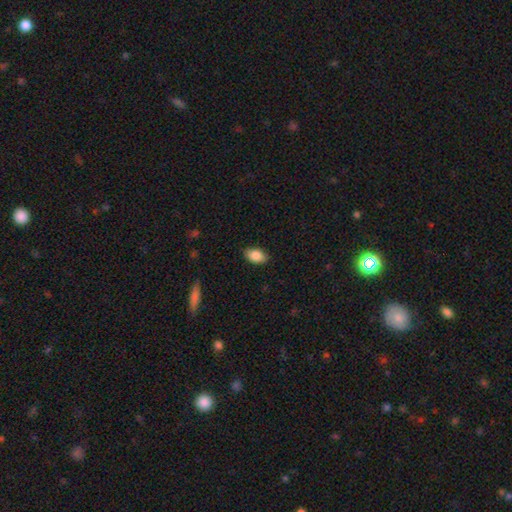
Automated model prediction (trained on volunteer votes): A smooth galaxy with no disk features (86%) that is in between round and cigar-shaped (91%).

Vote fractions:
- Smooth or featured? smooth: 86% / star or artifact: 7% / featured or disk: 7%
- How rounded? in between: 91% / round: 7% / cigar-shaped: 2%
- Merging? none: 86% / minor disturbance: 11% / major disturbance: 2% / merger: 1%